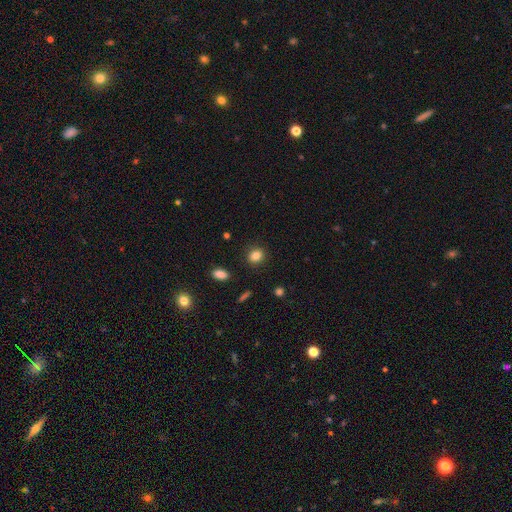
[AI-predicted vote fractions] Morphology: type=smooth (84%); roundness=round (70%); merging=none (89%).